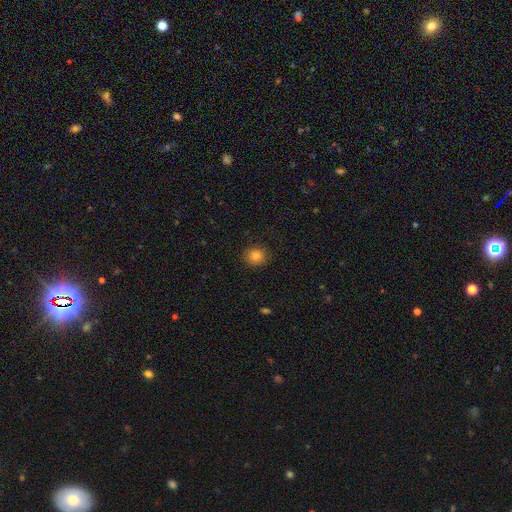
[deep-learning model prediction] The model was most divided on "smooth or featured": smooth: 83%, star or artifact: 11%, featured or disk: 6%. More confident: merging — none (88%); how rounded — round (87%).